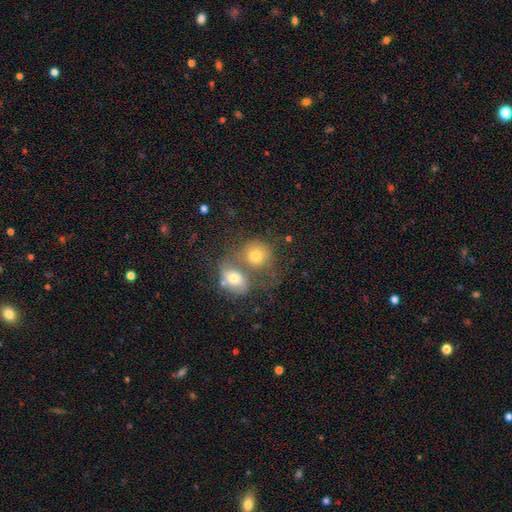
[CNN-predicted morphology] Smooth or featured? smooth (70%)
How rounded? round (67%)
Merging? merger (61%)